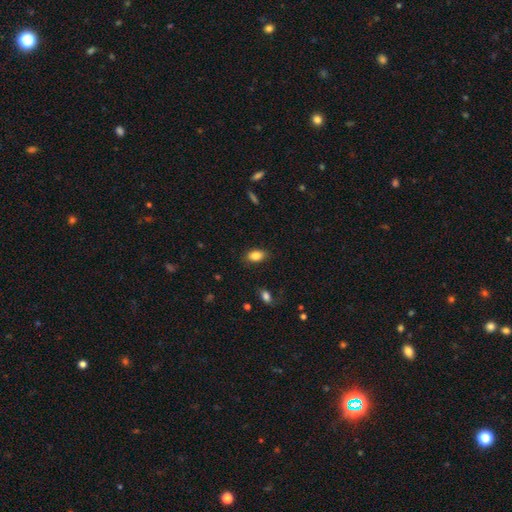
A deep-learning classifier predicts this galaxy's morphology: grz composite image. It shows a smooth galaxy with no disk features (85%) that is in between round and cigar-shaped (89%). Merging: none (84%).